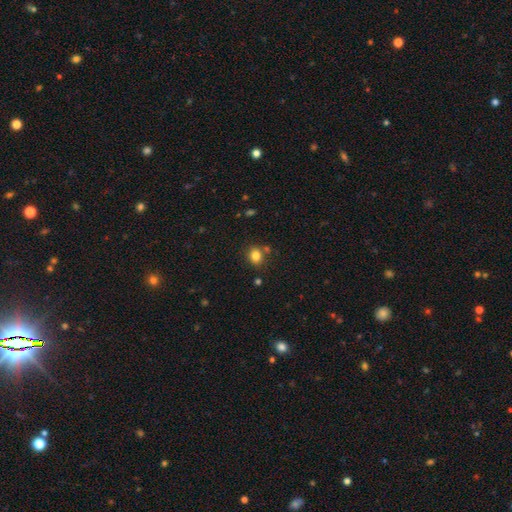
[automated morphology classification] Smooth or featured?
  - smooth: 82% *
  - star or artifact: 12%
  - featured or disk: 6%
How rounded?
  - round: 59% *
  - in between: 40%
  - cigar-shaped: 1%
Merging?
  - none: 76% *
  - minor disturbance: 11%
  - merger: 10%
  - major disturbance: 3%